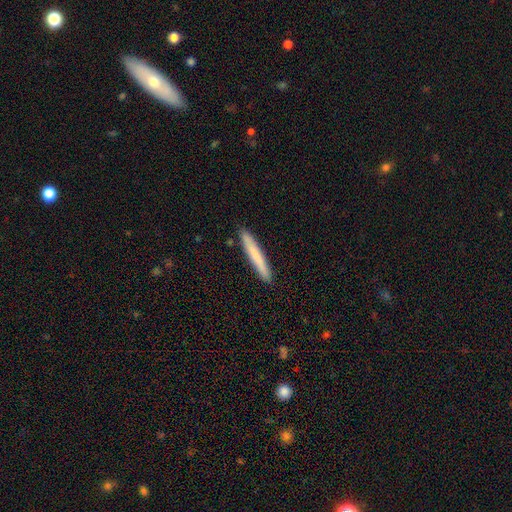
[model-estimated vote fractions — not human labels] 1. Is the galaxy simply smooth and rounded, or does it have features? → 75% smooth, 20% featured or disk, 6% star or artifact.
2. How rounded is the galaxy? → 96% cigar-shaped, 3% in between, 1% round.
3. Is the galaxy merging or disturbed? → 91% none, 7% minor disturbance, 1% merger, 1% major disturbance.